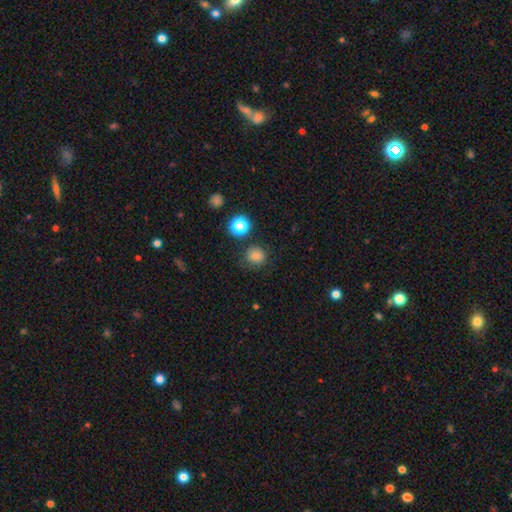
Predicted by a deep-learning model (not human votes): This appears to be a smooth galaxy with no disk features (79%) that is round (87%). Merging: none (80%).